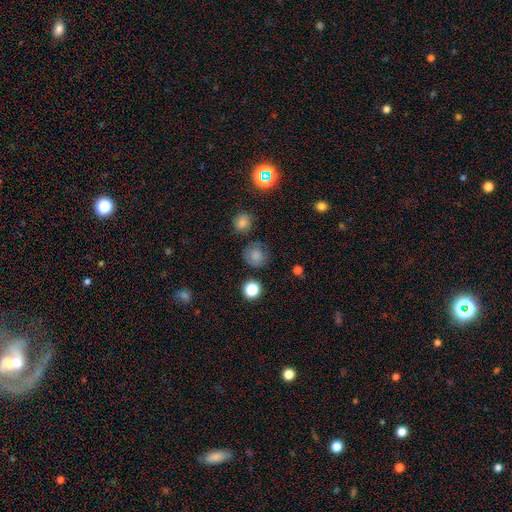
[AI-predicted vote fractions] A smooth galaxy with no disk features (72%) that is round (86%). Merging: none (70%).